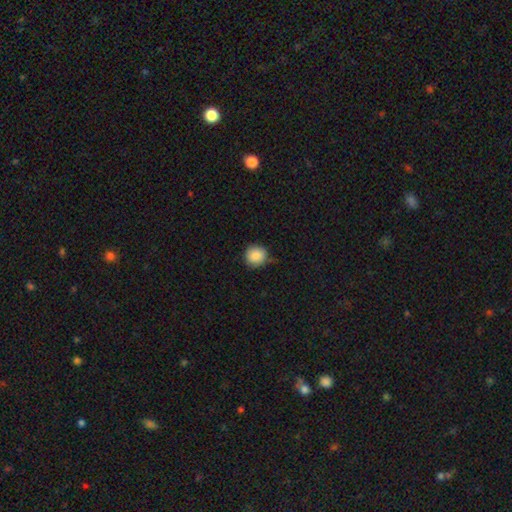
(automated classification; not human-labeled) The model was most divided on "merging": none: 70%, minor disturbance: 24%, major disturbance: 4%, merger: 2%. More confident: how rounded — round (91%); smooth or featured — smooth (87%).